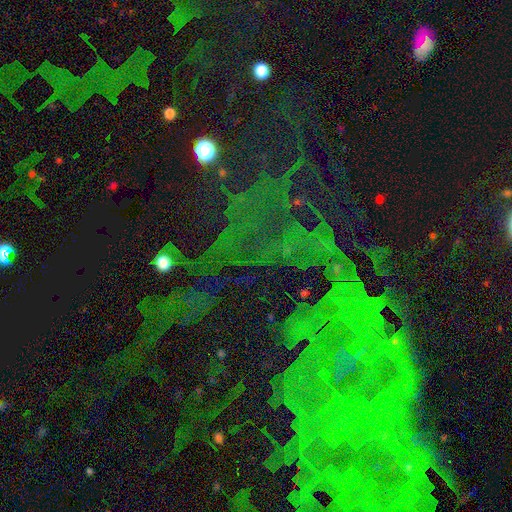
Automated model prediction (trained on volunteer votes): Q: Smooth or featured?
A: star or artifact (73%); runner-up: featured or disk (16%)